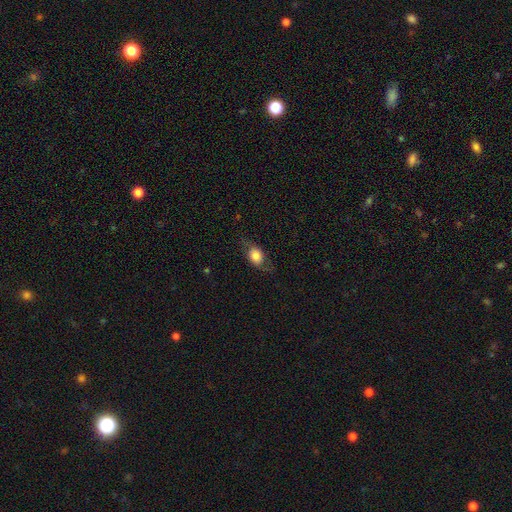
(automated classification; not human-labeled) Smooth or featured: smooth — 65% (featured or disk — 27%)
How rounded: in between — 64% (round — 32%)
Merging: none — 67% (minor disturbance — 21%)